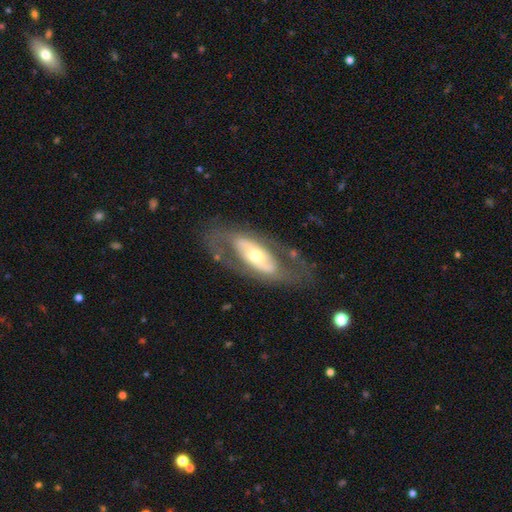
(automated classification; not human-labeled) Smooth or featured: featured or disk — 70% (smooth — 25%)
Edge-on disk: no — 87% (yes — 13%)
Bar: no — 61% (strong — 20%)
Spiral arms: no — 55% (yes — 45%)
Bulge size: moderate — 55% (small — 32%)
Merging: none — 67% (minor disturbance — 16%)